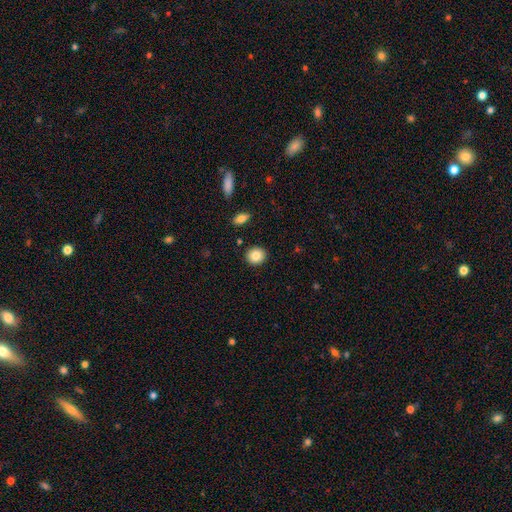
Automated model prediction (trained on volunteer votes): This is clearly a smooth galaxy (85%). How rounded: clearly round (84%). Merging: clearly none (90%).